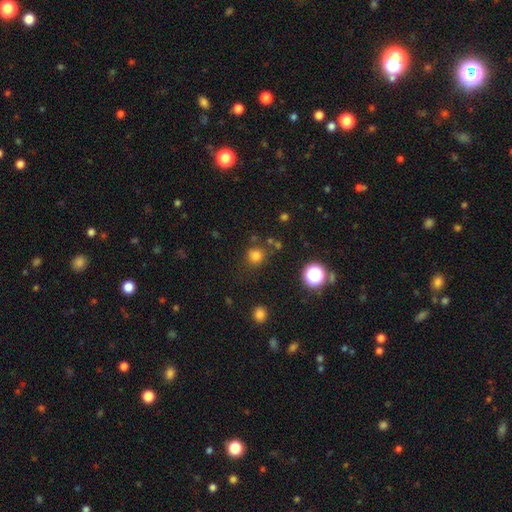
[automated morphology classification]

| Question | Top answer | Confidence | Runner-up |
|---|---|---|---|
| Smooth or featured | smooth | 76% | star or artifact (18%) |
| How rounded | round | 89% | in between (10%) |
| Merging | none | 78% | minor disturbance (11%) |